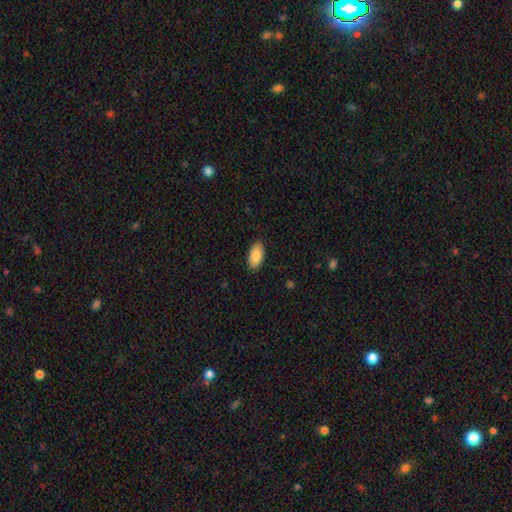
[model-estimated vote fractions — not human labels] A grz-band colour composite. It shows a smooth galaxy with no disk features (88%) that is in between round and cigar-shaped (94%). Merging: none (89%).